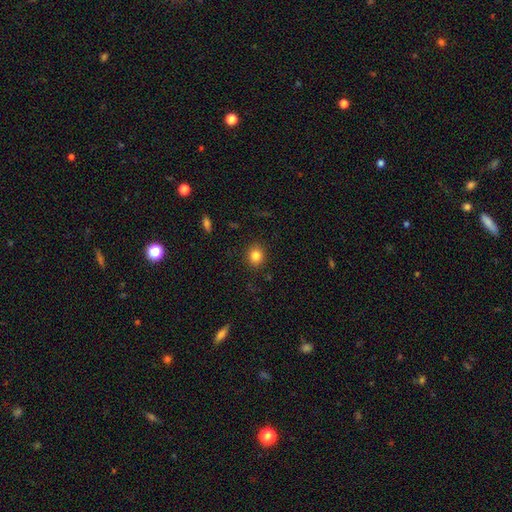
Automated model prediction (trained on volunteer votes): Morphology: type=smooth (83%); roundness=round (78%); merging=none (90%).